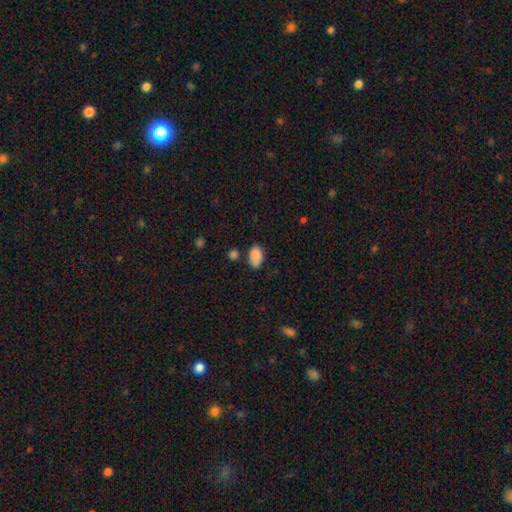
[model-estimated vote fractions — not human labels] This appears to be a smooth galaxy with no disk features (86%) that is in between round and cigar-shaped (90%). Merging: none (66%).